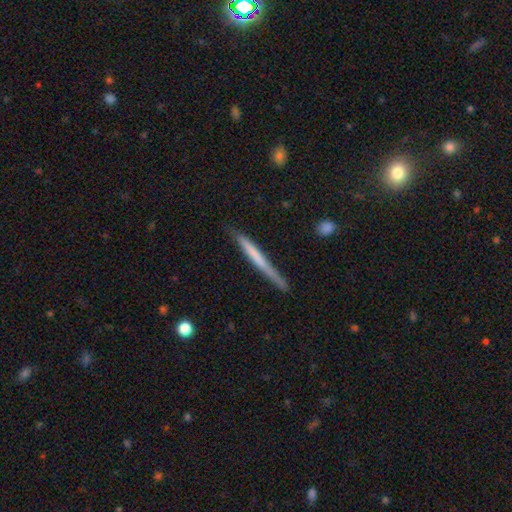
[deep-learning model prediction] Smooth or featured? Predicted: smooth (p=0.52). How rounded? Predicted: cigar-shaped (p=0.97). Merging? Predicted: none (p=0.78).